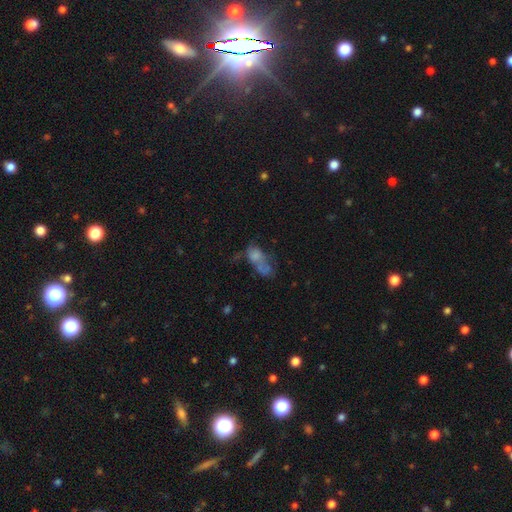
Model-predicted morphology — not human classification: Smooth or featured?
  - smooth: 48% *
  - featured or disk: 33%
  - star or artifact: 19%
Merging?
  - merger: 32% *
  - major disturbance: 28%
  - none: 24%
  - minor disturbance: 15%